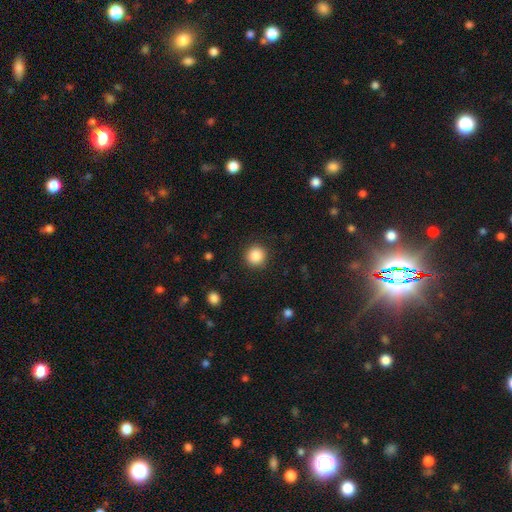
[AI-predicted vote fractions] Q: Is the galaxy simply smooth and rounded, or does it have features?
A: smooth — 87%.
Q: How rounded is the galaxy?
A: round — 94%.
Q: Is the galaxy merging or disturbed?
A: none — 90%.